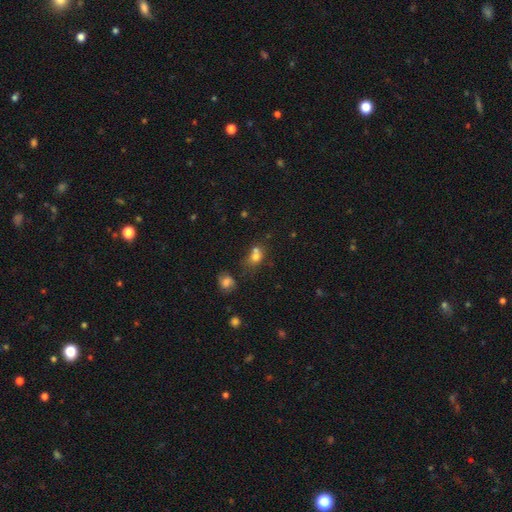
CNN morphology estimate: Smooth or featured? smooth (71%)
How rounded? round (59%)
Merging? merger (49%)